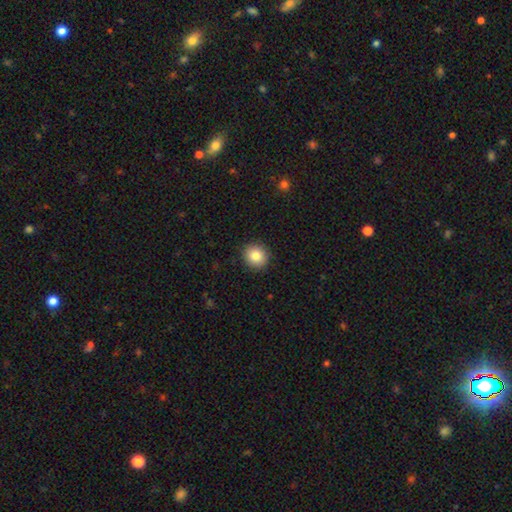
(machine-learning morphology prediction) Smooth or featured?
  - smooth: 84% *
  - star or artifact: 9%
  - featured or disk: 7%
How rounded?
  - round: 87% *
  - in between: 12%
  - cigar-shaped: 1%
Merging?
  - none: 92% *
  - minor disturbance: 6%
  - major disturbance: 2%
  - merger: 1%